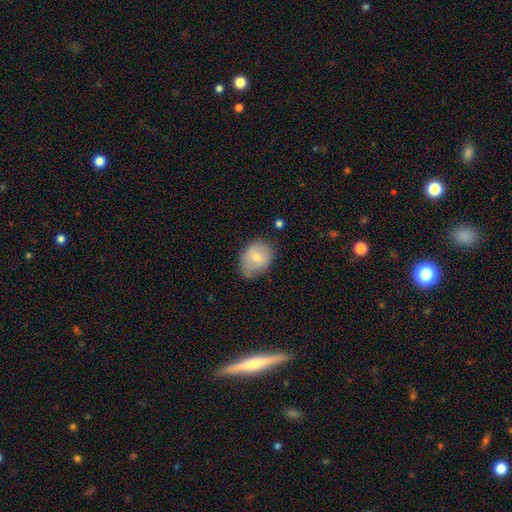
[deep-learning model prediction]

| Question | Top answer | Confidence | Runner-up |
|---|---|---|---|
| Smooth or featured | smooth | 56% | featured or disk (35%) |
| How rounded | in between | 60% | round (39%) |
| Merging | none | 64% | minor disturbance (27%) |